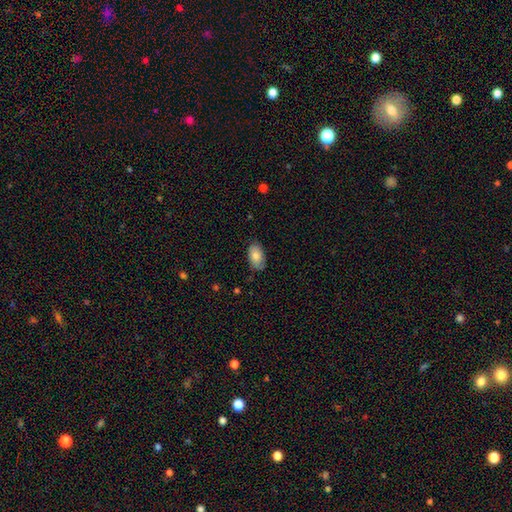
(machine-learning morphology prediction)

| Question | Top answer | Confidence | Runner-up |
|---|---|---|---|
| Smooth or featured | smooth | 78% | featured or disk (16%) |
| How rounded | in between | 94% | round (5%) |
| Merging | none | 81% | minor disturbance (16%) |